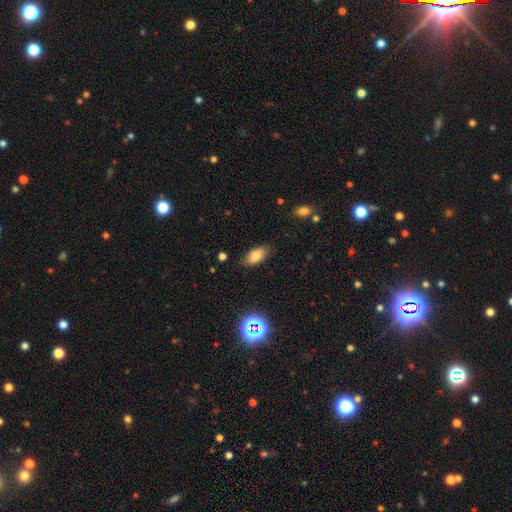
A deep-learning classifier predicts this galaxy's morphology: A smooth galaxy with no disk features (79%) that is in between round and cigar-shaped (91%).

Vote fractions:
- Smooth or featured? smooth: 79% / featured or disk: 10% / star or artifact: 10%
- How rounded? in between: 91% / cigar-shaped: 5% / round: 4%
- Merging? none: 84% / minor disturbance: 12% / major disturbance: 3% / merger: 1%